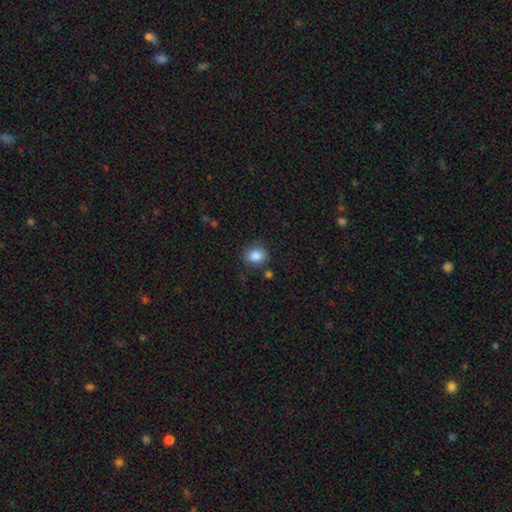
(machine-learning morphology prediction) This is clearly a smooth galaxy (85%). How rounded: likely round (65%). Merging: clearly none (83%).